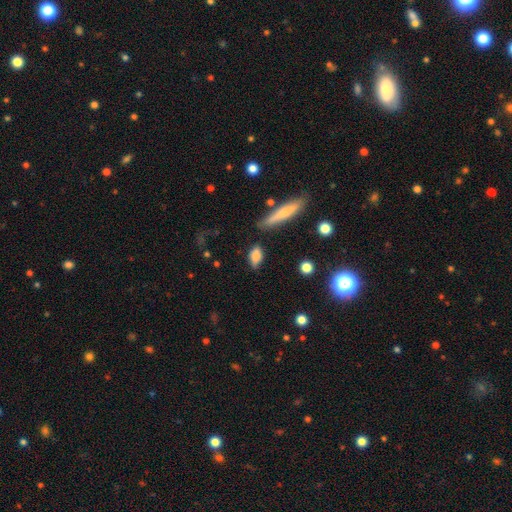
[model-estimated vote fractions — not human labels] smooth_or_featured: smooth (p=0.79) [alt: featured or disk p=0.13]
how_rounded: in between (p=0.77) [alt: cigar-shaped p=0.18]
merging: none (p=0.70) [alt: minor disturbance p=0.20]